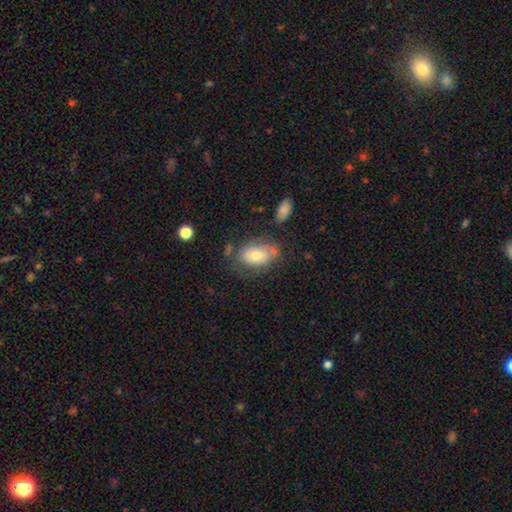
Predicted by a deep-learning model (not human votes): Overall: smooth (61%; featured or disk 31%). How rounded: in between (89%). Merging: none (53%; minor disturbance 24%).